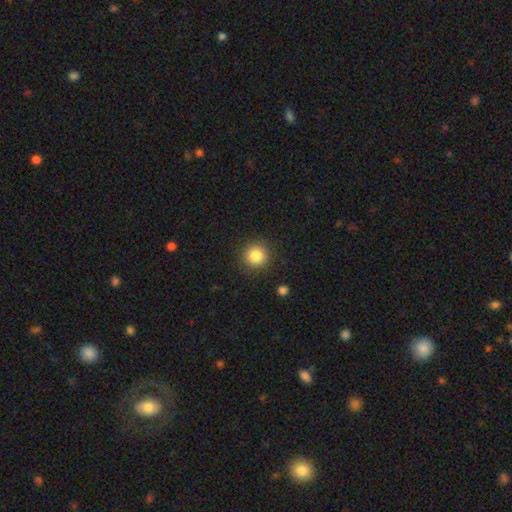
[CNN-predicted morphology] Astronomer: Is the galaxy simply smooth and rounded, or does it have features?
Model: smooth — 84%.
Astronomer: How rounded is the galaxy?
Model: round — 94%.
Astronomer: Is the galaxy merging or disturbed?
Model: none — 90%.